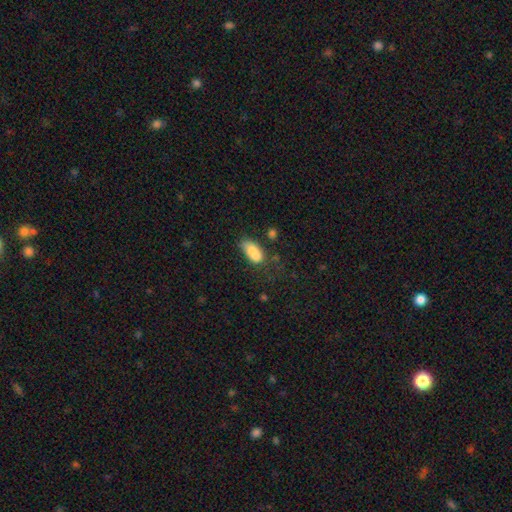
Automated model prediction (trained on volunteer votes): Smooth or featured: smooth — 77% (featured or disk — 13%)
How rounded: in between — 85% (cigar-shaped — 10%)
Merging: none — 38% (minor disturbance — 28%)